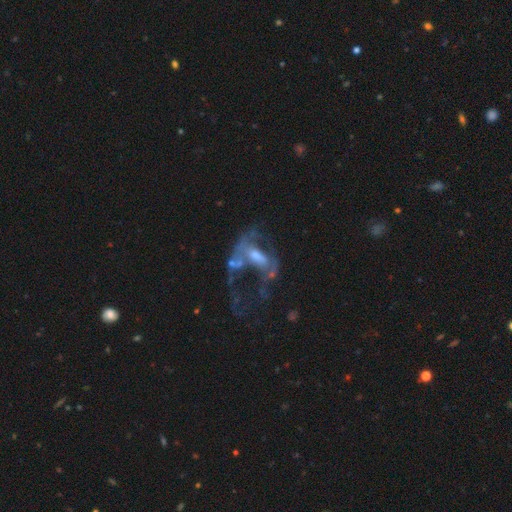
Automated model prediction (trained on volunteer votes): Morphology: type=featured or disk (73%); edge-on=no (95%); bar=no (49%); spiral arms=yes (53%); bulge=moderate (44%); merging=major disturbance (44%).